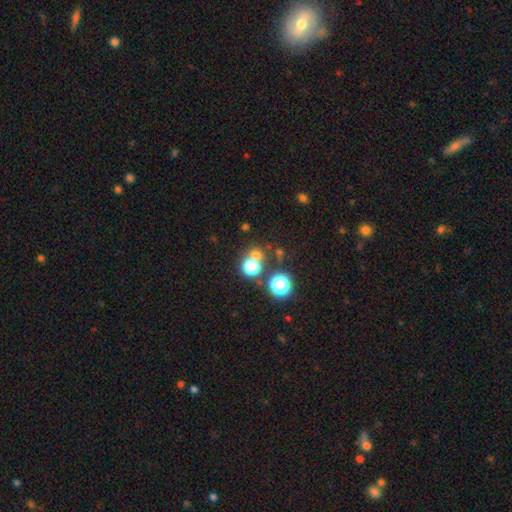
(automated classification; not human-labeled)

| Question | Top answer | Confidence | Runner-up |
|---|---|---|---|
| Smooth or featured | smooth | 62% | star or artifact (30%) |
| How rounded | round | 88% | in between (11%) |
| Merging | none | 63% | merger (26%) |